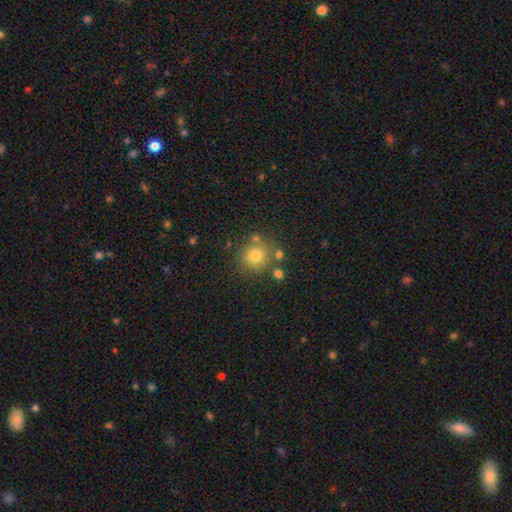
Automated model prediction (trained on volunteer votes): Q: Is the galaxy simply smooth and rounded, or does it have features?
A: smooth — 75%.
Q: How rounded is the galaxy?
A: round — 85%.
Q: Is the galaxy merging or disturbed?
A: none — 73%.